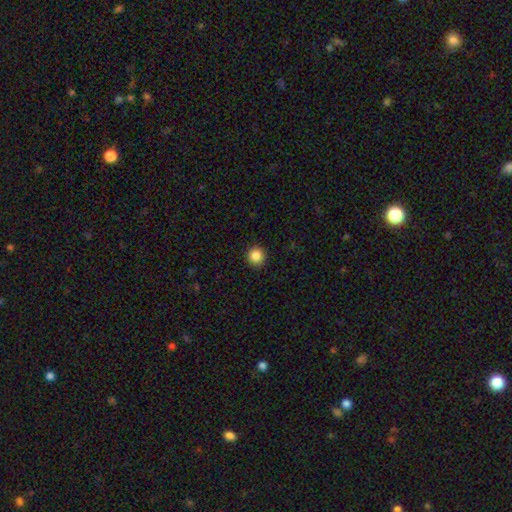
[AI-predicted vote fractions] Smooth or featured: smooth — 87% (star or artifact — 10%)
How rounded: round — 95% (in between — 4%)
Merging: none — 93% (minor disturbance — 5%)